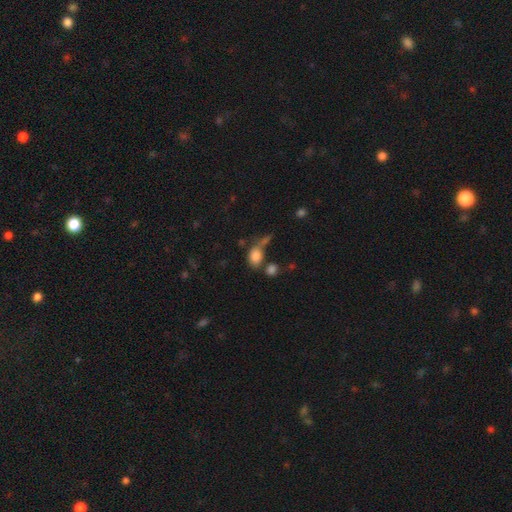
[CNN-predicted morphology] Overall: smooth (82%). How rounded: in between (72%). Merging: none (43%; merger 28%).